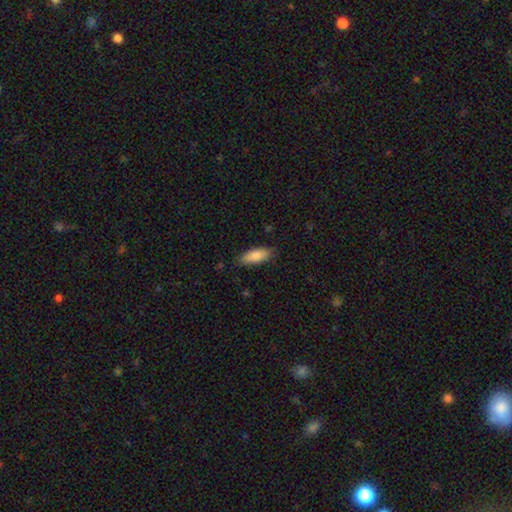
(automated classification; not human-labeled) A smooth galaxy with no disk features (85%) that is in between round and cigar-shaped (76%).

Vote fractions:
- Smooth or featured? smooth: 85% / featured or disk: 9% / star or artifact: 6%
- How rounded? in between: 76% / cigar-shaped: 22% / round: 2%
- Merging? none: 84% / minor disturbance: 13% / major disturbance: 3% / merger: 1%